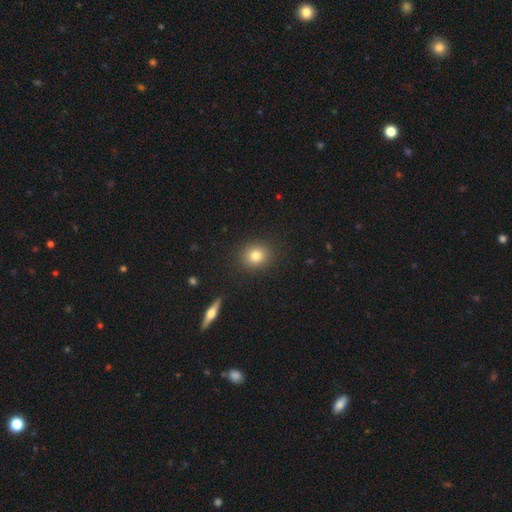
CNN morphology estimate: Overall: smooth (80%). How rounded: round (78%). Merging: none (89%).